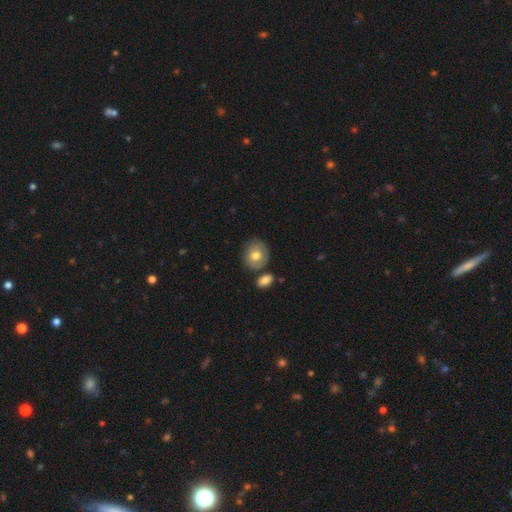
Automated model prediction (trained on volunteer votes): smooth_or_featured: smooth (p=0.71) [alt: featured or disk p=0.22]
how_rounded: round (p=0.73) [alt: in between p=0.26]
merging: none (p=0.69) [alt: minor disturbance p=0.17]